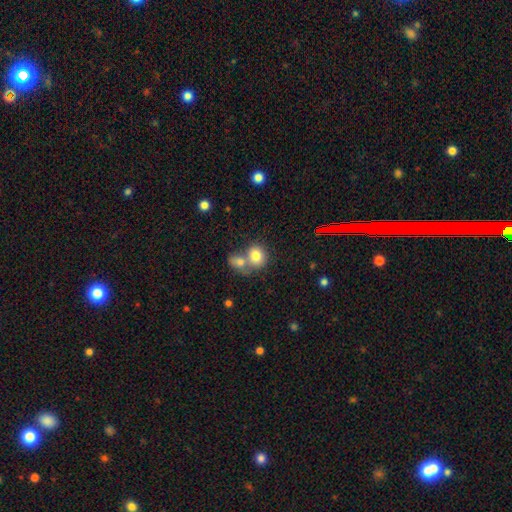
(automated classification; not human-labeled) Overall: smooth (79%). How rounded: round (67%; in between 32%). Merging: merger (51%; none 37%).